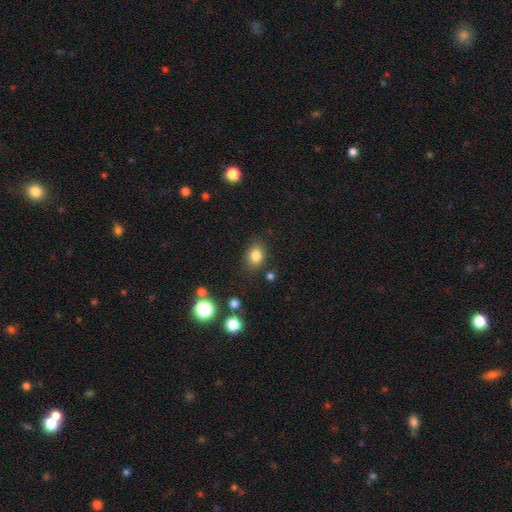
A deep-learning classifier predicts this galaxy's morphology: A smooth galaxy with no disk features (82%) that is in between round and cigar-shaped (64%).

Vote fractions:
- Smooth or featured? smooth: 82% / star or artifact: 11% / featured or disk: 7%
- How rounded? in between: 64% / round: 35% / cigar-shaped: 1%
- Merging? none: 83% / minor disturbance: 11% / major disturbance: 3% / merger: 3%